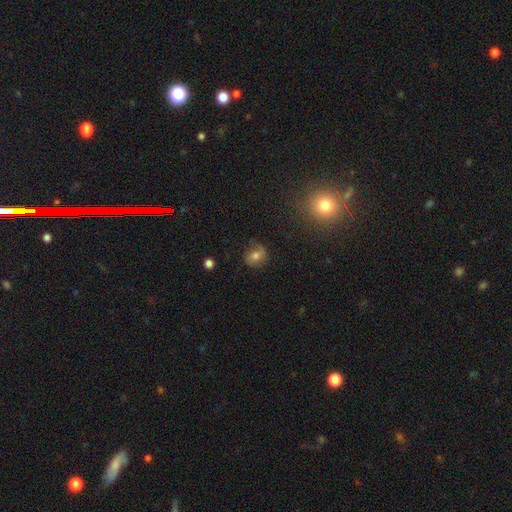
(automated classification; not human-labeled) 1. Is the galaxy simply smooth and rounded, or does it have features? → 68% smooth, 19% featured or disk, 13% star or artifact.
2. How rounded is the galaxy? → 62% round, 36% in between, 1% cigar-shaped.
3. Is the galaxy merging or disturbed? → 74% none, 18% minor disturbance, 6% major disturbance, 2% merger.